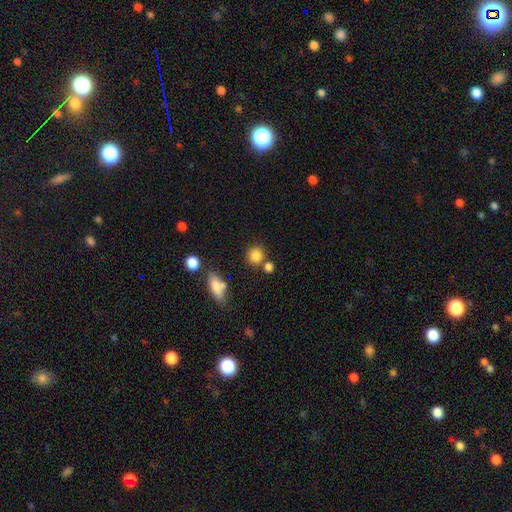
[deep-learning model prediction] Smooth or featured? smooth (83%)
How rounded? round (84%)
Merging? none (70%)